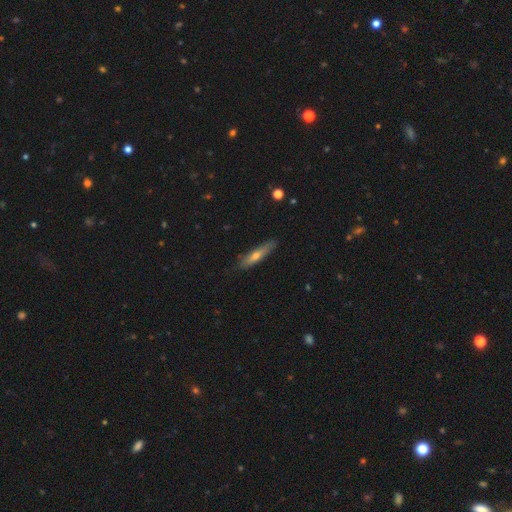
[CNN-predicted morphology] Overall: smooth (52%; featured or disk 42%). How rounded: cigar-shaped (84%). Merging: none (81%).